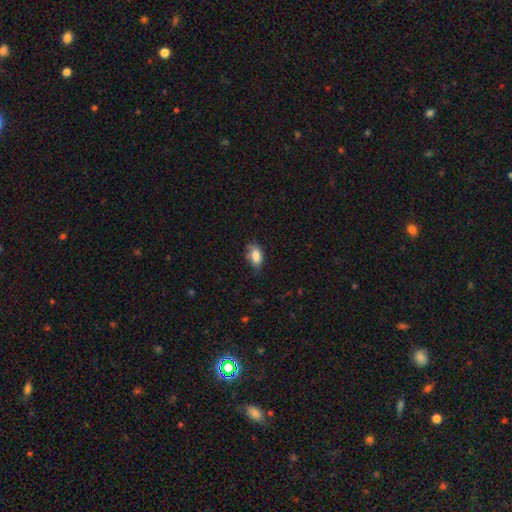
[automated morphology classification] The model was most divided on "merging": none: 60%, minor disturbance: 31%, major disturbance: 7%, merger: 3%. More confident: how rounded — in between (90%); smooth or featured — smooth (85%).